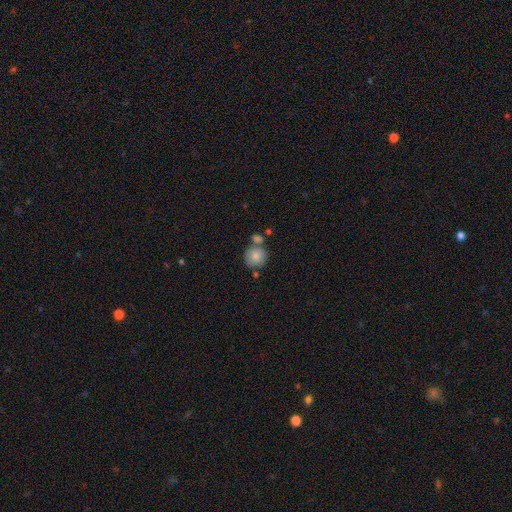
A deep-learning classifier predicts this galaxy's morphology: Overall: smooth (83%). How rounded: round (90%). Merging: none (60%; merger 23%).